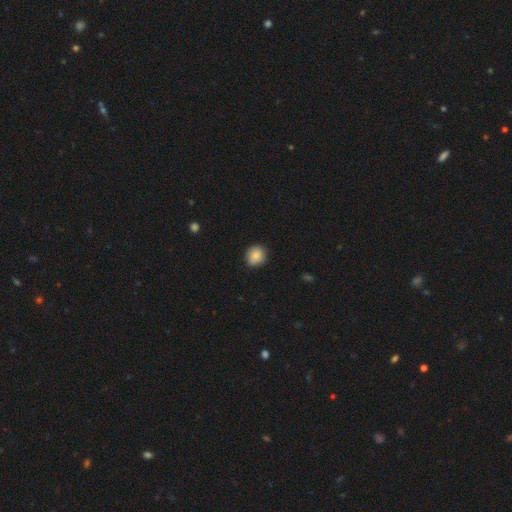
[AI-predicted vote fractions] Smooth or featured: smooth — 85% (star or artifact — 8%)
How rounded: round — 87% (in between — 12%)
Merging: none — 88% (minor disturbance — 9%)